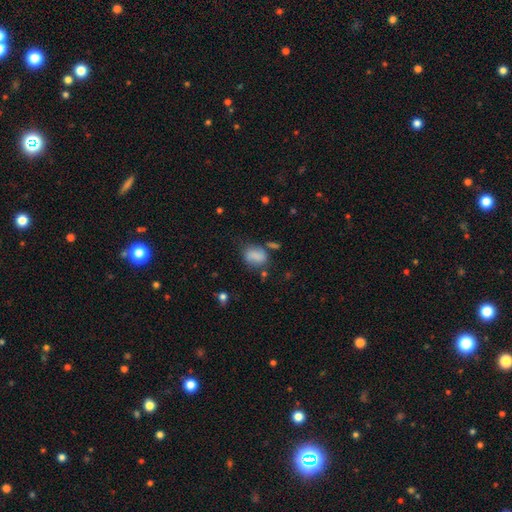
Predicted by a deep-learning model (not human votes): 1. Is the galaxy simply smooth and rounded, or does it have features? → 77% smooth, 13% featured or disk, 10% star or artifact.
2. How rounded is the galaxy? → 67% in between, 31% round, 2% cigar-shaped.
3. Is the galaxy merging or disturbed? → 54% none, 26% minor disturbance, 10% major disturbance, 10% merger.